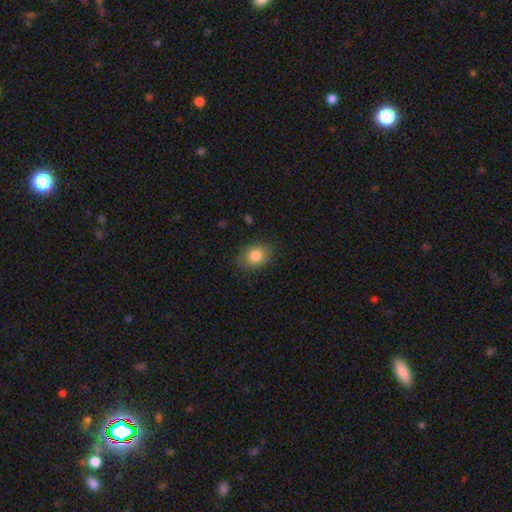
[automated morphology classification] Smooth or featured?
  - smooth: 83% *
  - star or artifact: 9%
  - featured or disk: 8%
How rounded?
  - in between: 60% *
  - round: 39%
  - cigar-shaped: 1%
Merging?
  - none: 83% *
  - minor disturbance: 13%
  - major disturbance: 3%
  - merger: 1%